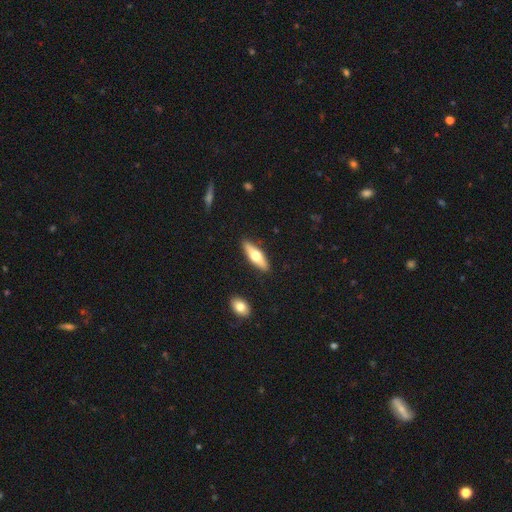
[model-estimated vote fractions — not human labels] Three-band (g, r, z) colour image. It shows a smooth galaxy with no disk features (57%) that is cigar-shaped (52%). Merging: none (89%).